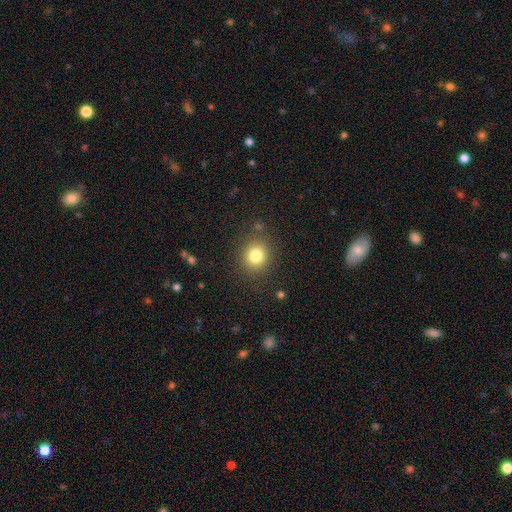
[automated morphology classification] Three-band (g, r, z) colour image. It shows a smooth galaxy with no disk features (80%) that is round (81%). Merging: none (86%).